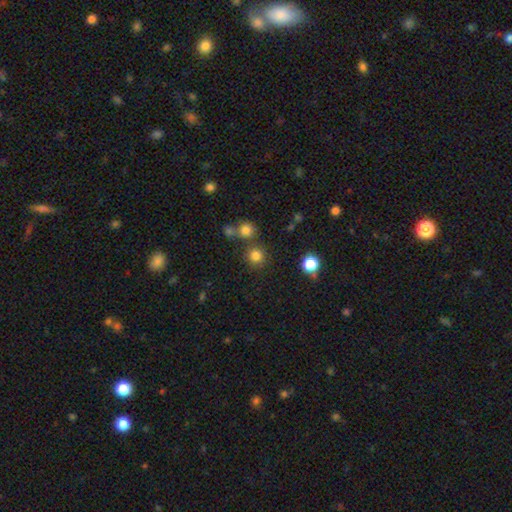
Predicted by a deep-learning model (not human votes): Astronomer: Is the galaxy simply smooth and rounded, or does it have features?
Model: smooth — 79%.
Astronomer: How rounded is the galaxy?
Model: round — 93%.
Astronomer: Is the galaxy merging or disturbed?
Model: none — 78%.